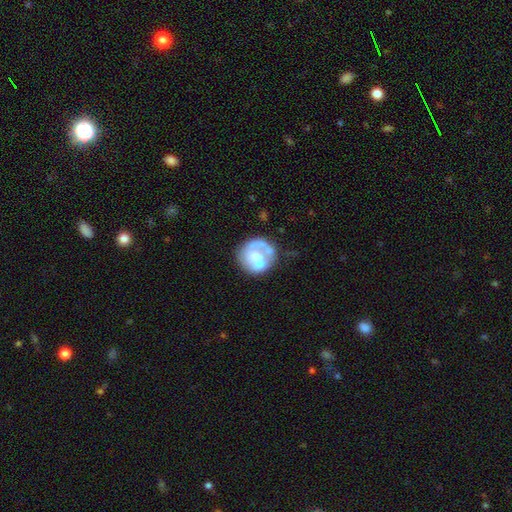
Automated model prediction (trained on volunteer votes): featured or disk 53%, smooth 39%, star or artifact 8%. Down the decision tree: edge-on disk — no (98%); bar — no (86%); spiral arms — no (79%); bulge size — moderate (36%); merging — none (47%).